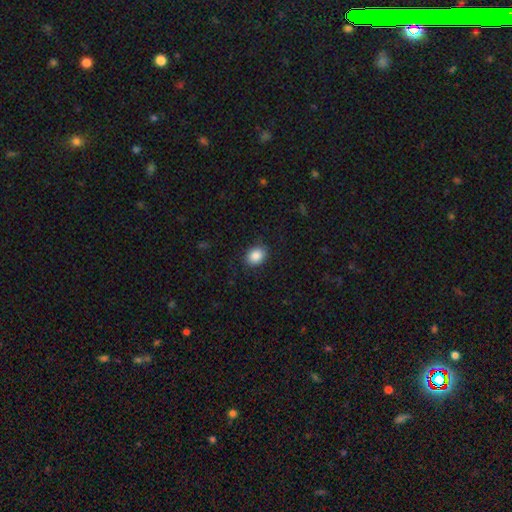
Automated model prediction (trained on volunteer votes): smooth 88%, star or artifact 8%, featured or disk 4%. Down the decision tree: how rounded — in between (56%); merging — none (87%).